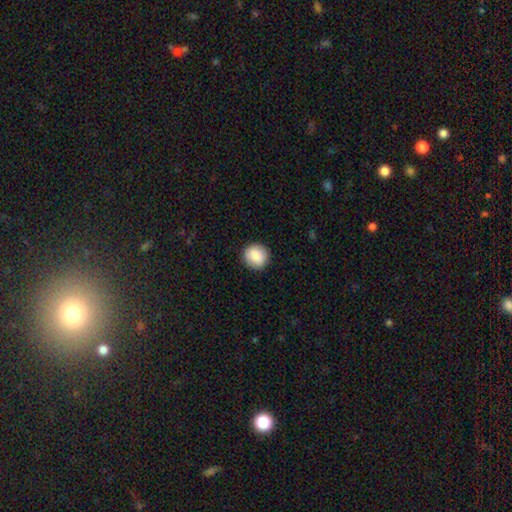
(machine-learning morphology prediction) Smooth or featured? smooth (88%)
How rounded? round (88%)
Merging? none (89%)